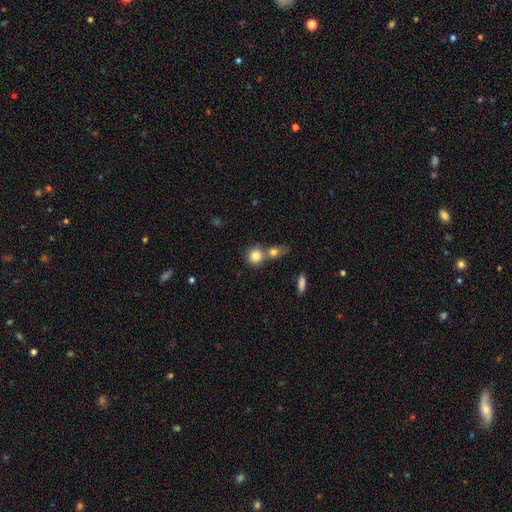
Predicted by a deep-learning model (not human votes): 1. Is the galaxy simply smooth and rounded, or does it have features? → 82% smooth, 9% star or artifact, 8% featured or disk.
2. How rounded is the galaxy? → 86% round, 13% in between, 1% cigar-shaped.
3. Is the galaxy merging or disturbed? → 49% none, 40% merger, 8% minor disturbance, 3% major disturbance.